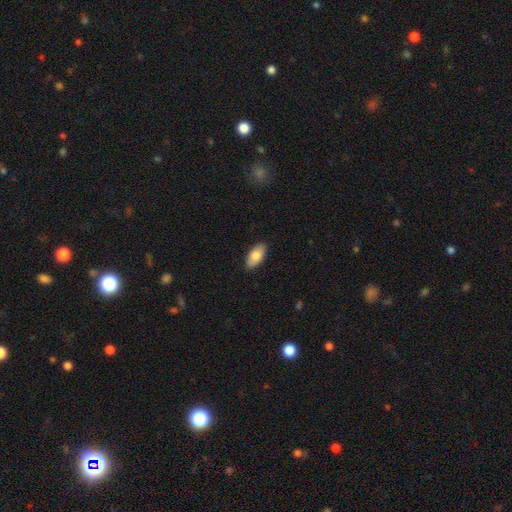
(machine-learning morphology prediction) The model was most divided on "smooth or featured": smooth: 80%, featured or disk: 14%, star or artifact: 6%. More confident: how rounded — in between (92%); merging — none (88%).